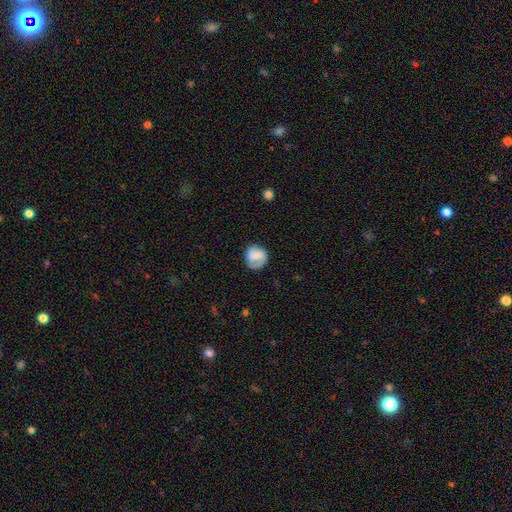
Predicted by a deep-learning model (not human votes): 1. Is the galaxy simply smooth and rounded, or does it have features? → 57% smooth, 34% featured or disk, 8% star or artifact.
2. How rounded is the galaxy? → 83% round, 16% in between, 1% cigar-shaped.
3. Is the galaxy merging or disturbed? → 67% none, 21% minor disturbance, 10% major disturbance, 2% merger.